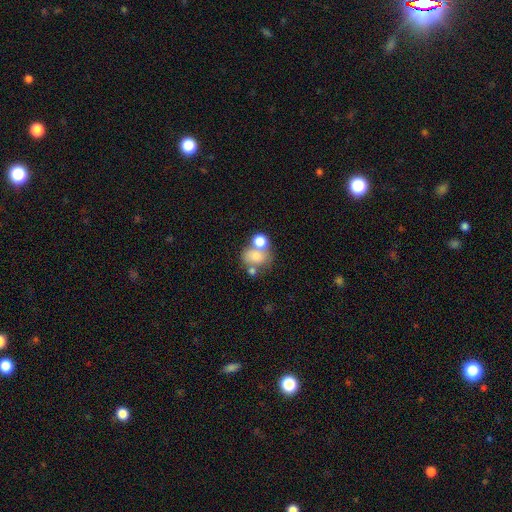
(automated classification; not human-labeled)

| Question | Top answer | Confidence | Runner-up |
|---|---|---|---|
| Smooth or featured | smooth | 70% | featured or disk (18%) |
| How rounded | round | 53% | in between (46%) |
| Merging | merger | 48% | none (33%) |